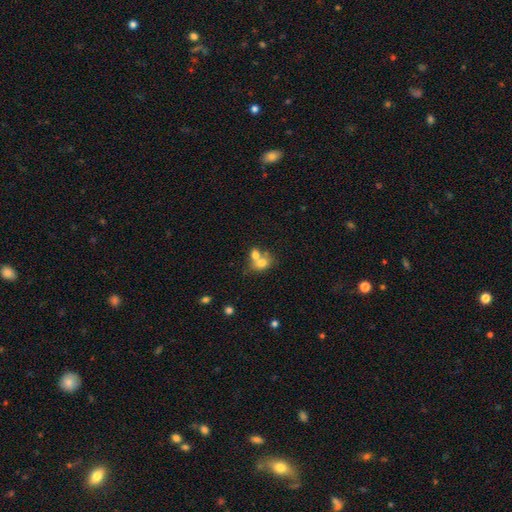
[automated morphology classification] Smooth or featured? Predicted: smooth (p=0.71). How rounded? Predicted: in between (p=0.56). Merging? Predicted: merger (p=0.62).